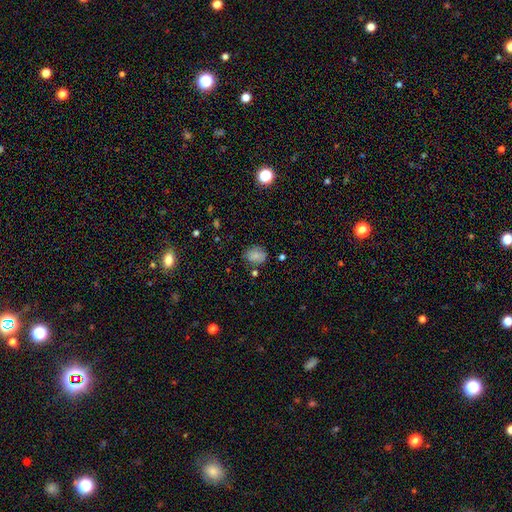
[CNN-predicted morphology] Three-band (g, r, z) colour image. It shows a smooth galaxy with no disk features (80%) that is in between round and cigar-shaped (50%). Merging: none (73%).